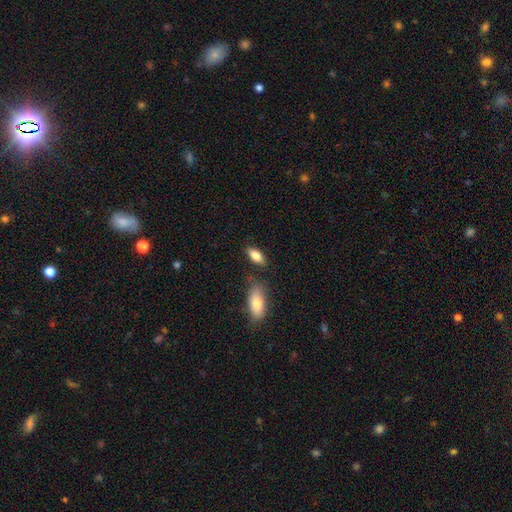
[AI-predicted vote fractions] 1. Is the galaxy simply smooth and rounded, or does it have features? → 81% smooth, 13% featured or disk, 7% star or artifact.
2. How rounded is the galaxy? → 81% in between, 16% cigar-shaped, 3% round.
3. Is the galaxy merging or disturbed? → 76% none, 13% minor disturbance, 8% merger, 3% major disturbance.